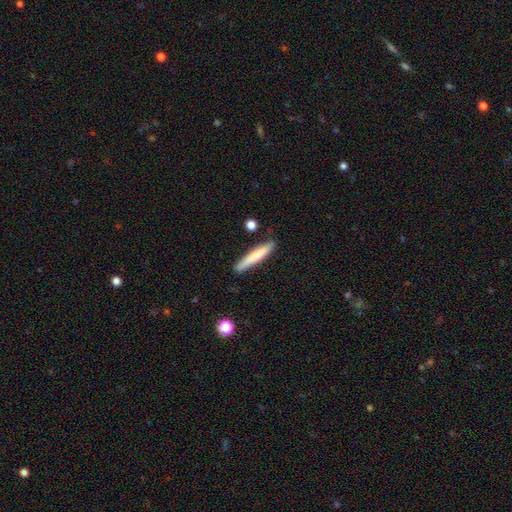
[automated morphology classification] The model was most divided on "smooth or featured": smooth: 72%, featured or disk: 22%, star or artifact: 6%. More confident: how rounded — cigar-shaped (94%); merging — none (84%).